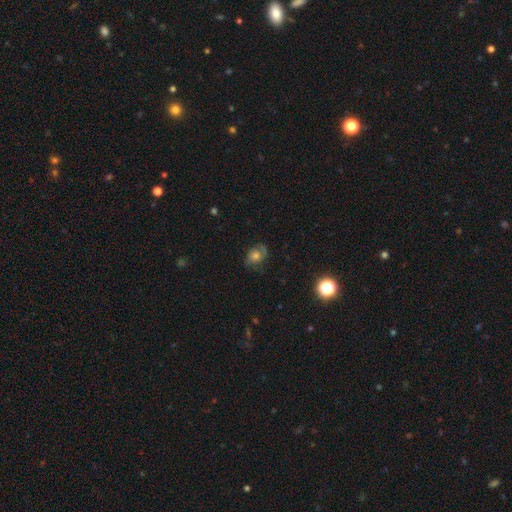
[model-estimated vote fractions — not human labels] Smooth or featured: featured or disk — 47% (smooth — 39%)
Merging: none — 67% (minor disturbance — 21%)